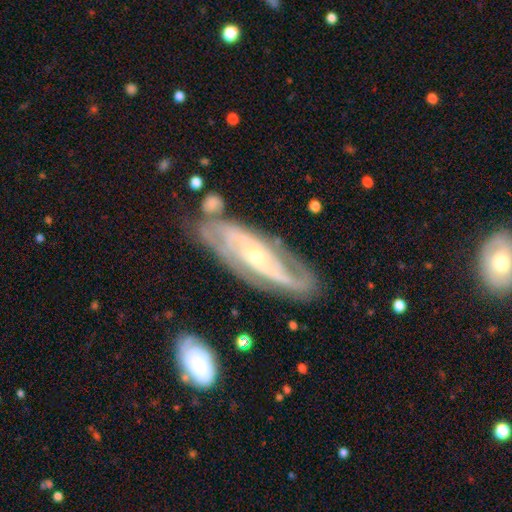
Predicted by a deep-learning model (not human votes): A featured or disk galaxy (85%) with no bar (55%), 2 (53%) tight (51%) spiral arms (92%) and a small central bulge (73%). Merging: none (67%).